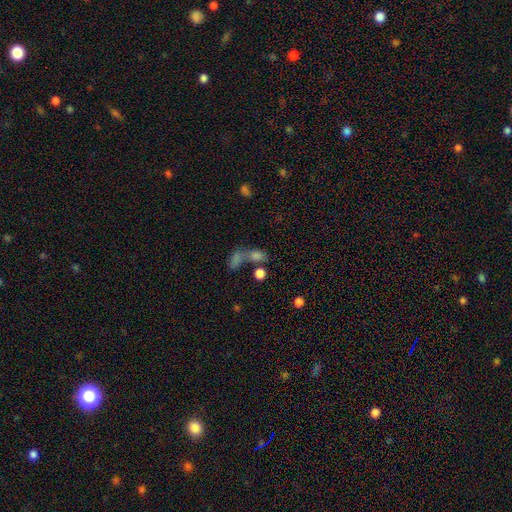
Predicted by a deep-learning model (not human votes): Morphology: type=smooth (61%); roundness=in between (65%); merging=merger (51%).